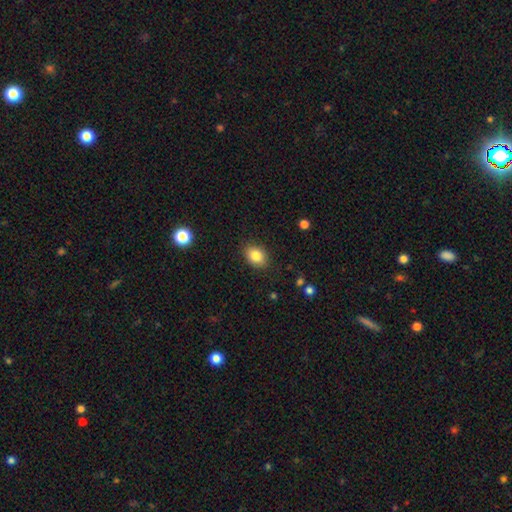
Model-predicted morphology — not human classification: Smooth or featured? smooth (84%)
How rounded? in between (70%)
Merging? none (87%)